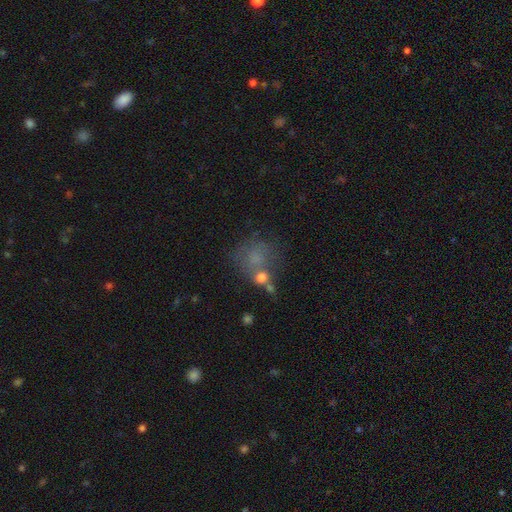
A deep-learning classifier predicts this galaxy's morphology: Overall: smooth (56%; featured or disk 23%). How rounded: round (69%; in between 30%). Merging: none (42%; major disturbance 21%).